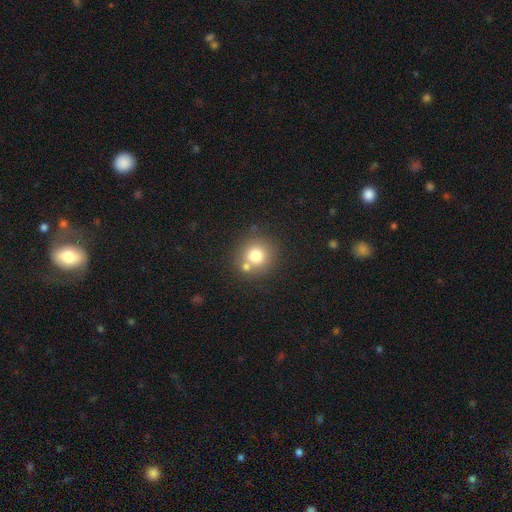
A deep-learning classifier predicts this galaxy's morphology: smooth 75%, featured or disk 13%, star or artifact 13%. Down the decision tree: how rounded — round (90%); merging — none (66%).